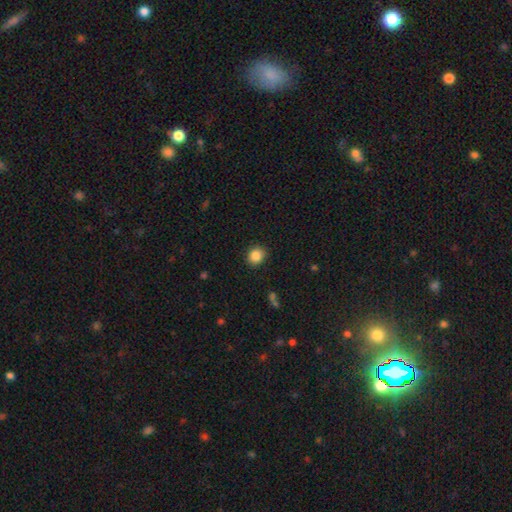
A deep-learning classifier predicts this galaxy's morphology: Smooth or featured? Predicted: smooth (p=0.86). How rounded? Predicted: round (p=0.75). Merging? Predicted: none (p=0.89).